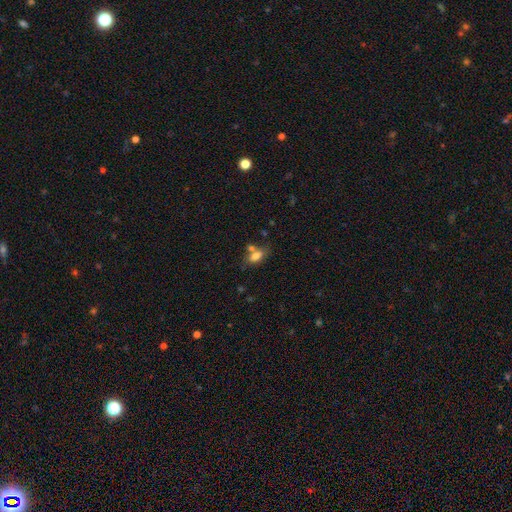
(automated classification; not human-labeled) smooth-or-featured: smooth: 75% | featured or disk: 15% | star or artifact: 9%
  how-rounded: in between: 85% | cigar-shaped: 8% | round: 7%
  merging: none: 51% | merger: 29% | minor disturbance: 15% | major disturbance: 5%